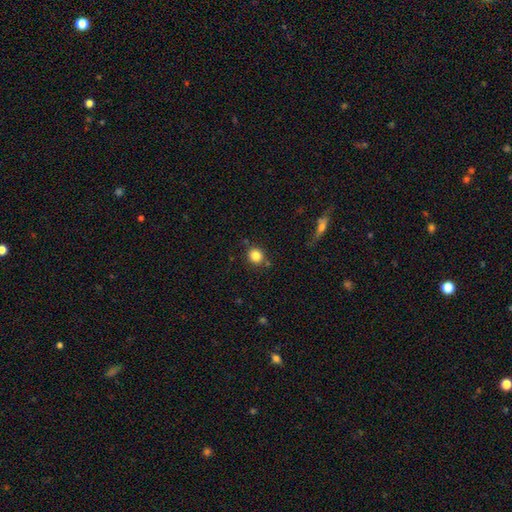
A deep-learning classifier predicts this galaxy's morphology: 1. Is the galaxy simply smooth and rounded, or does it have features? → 84% smooth, 11% star or artifact, 5% featured or disk.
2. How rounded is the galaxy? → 87% round, 12% in between, 1% cigar-shaped.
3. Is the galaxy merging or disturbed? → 82% none, 10% minor disturbance, 5% merger, 3% major disturbance.